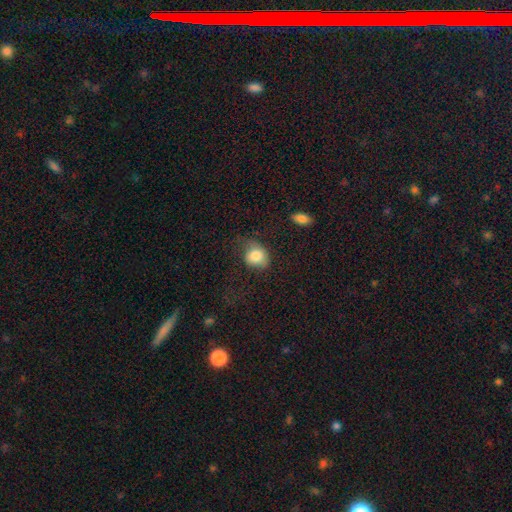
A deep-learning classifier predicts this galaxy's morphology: This appears to be a smooth galaxy with no disk features (81%) that is round (50%). Merging: none (42%).